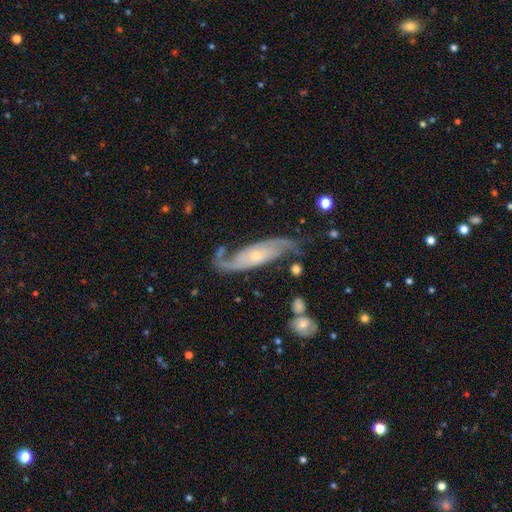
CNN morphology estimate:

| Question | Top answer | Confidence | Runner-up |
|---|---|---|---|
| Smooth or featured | featured or disk | 87% | smooth (9%) |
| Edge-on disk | no | 89% | yes (11%) |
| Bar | no | 67% | weak (23%) |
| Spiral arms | yes | 96% | no (4%) |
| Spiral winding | loose | 41% | medium (39%) |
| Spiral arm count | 2 | 90% | can't tell (4%) |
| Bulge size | small | 66% | moderate (29%) |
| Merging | none | 67% | minor disturbance (18%) |